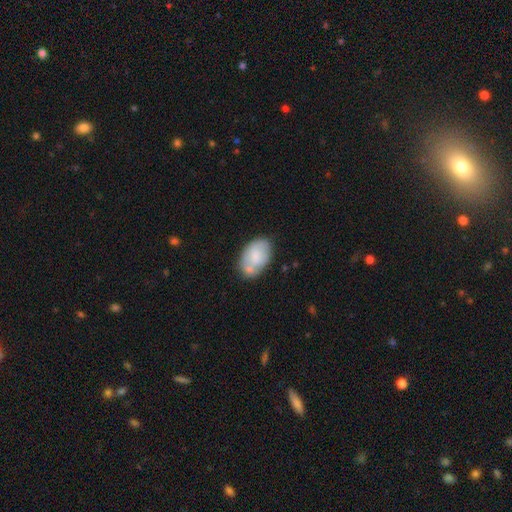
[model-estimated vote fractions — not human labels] Q: Smooth or featured?
A: smooth (69%); runner-up: featured or disk (24%)
Q: How rounded?
A: in between (89%); runner-up: round (10%)
Q: Merging?
A: none (50%); runner-up: minor disturbance (24%)